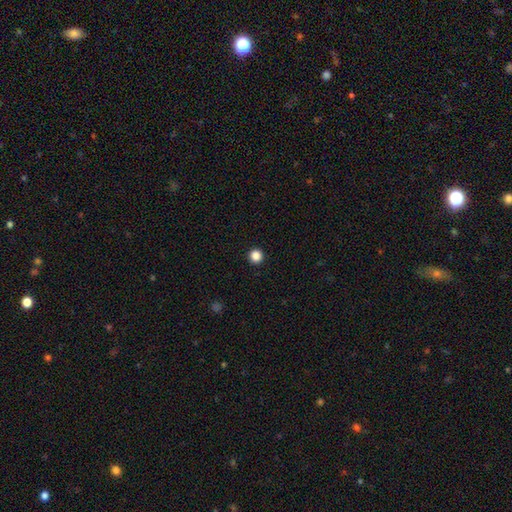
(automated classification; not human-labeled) Q: Smooth or featured?
A: smooth (86%); runner-up: star or artifact (11%)
Q: How rounded?
A: round (96%); runner-up: in between (3%)
Q: Merging?
A: none (94%); runner-up: minor disturbance (3%)